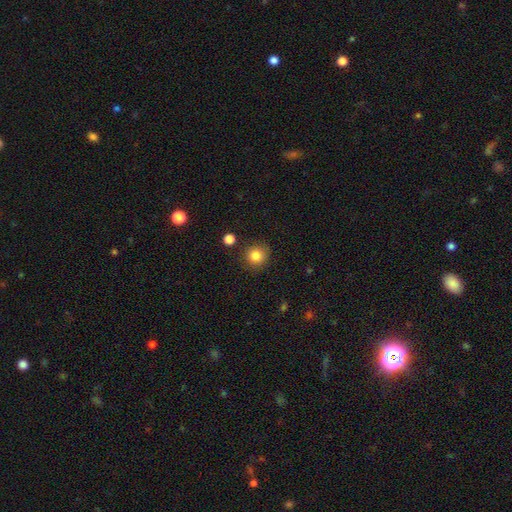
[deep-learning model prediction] Smooth or featured?
  - smooth: 85% *
  - star or artifact: 11%
  - featured or disk: 5%
How rounded?
  - round: 91% *
  - in between: 8%
  - cigar-shaped: 1%
Merging?
  - none: 85% *
  - minor disturbance: 10%
  - major disturbance: 3%
  - merger: 3%